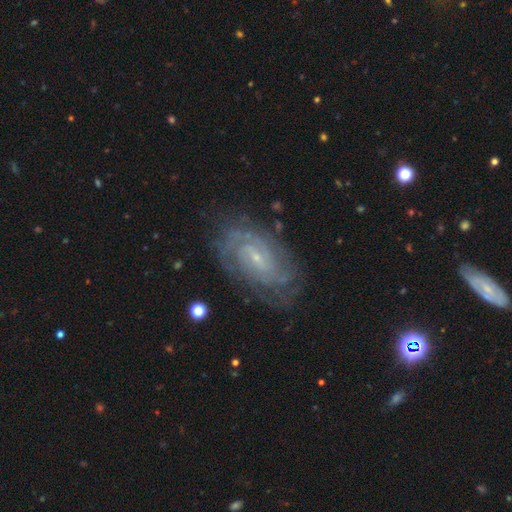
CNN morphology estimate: Smooth or featured? featured or disk (79%)
Edge-on disk? no (95%)
Bar? no (54%)
Spiral arms? yes (94%)
Spiral winding? tight (67%)
Spiral arm count? can't tell (39%)
Bulge size? small (78%)
Merging? none (80%)